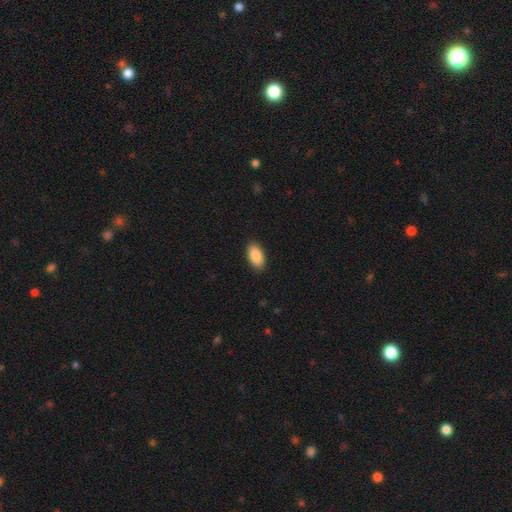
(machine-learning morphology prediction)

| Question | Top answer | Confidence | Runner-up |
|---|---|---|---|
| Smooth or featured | smooth | 89% | star or artifact (6%) |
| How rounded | in between | 94% | cigar-shaped (3%) |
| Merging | none | 89% | minor disturbance (8%) |